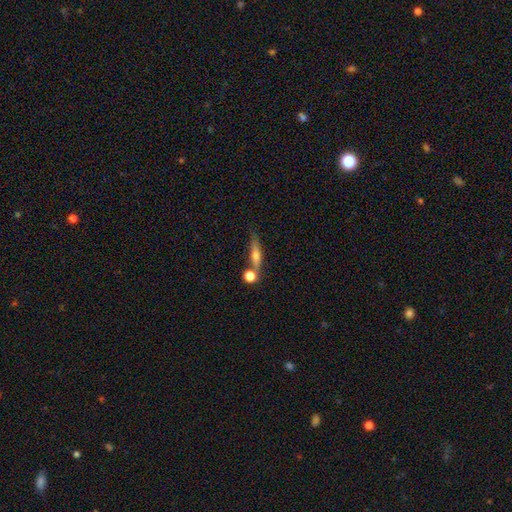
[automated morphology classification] smooth_or_featured: smooth (p=0.54) [alt: featured or disk p=0.37]
how_rounded: cigar-shaped (p=0.66) [alt: in between p=0.25]
merging: none (p=0.56) [alt: merger p=0.24]